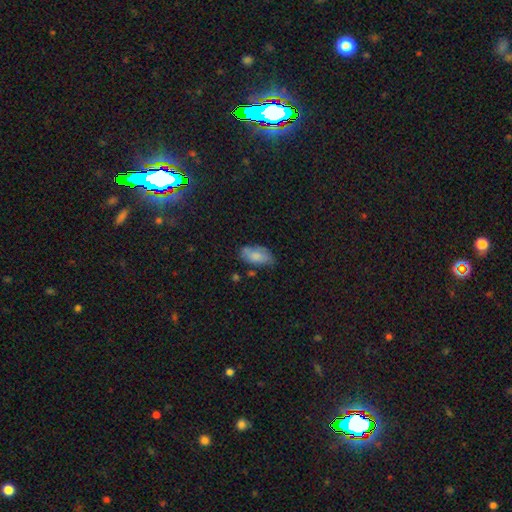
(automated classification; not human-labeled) A smooth galaxy with no disk features (76%) that is in between round and cigar-shaped (93%).

Vote fractions:
- Smooth or featured? smooth: 76% / featured or disk: 17% / star or artifact: 8%
- How rounded? in between: 93% / cigar-shaped: 4% / round: 4%
- Merging? none: 57% / minor disturbance: 29% / major disturbance: 8% / merger: 6%